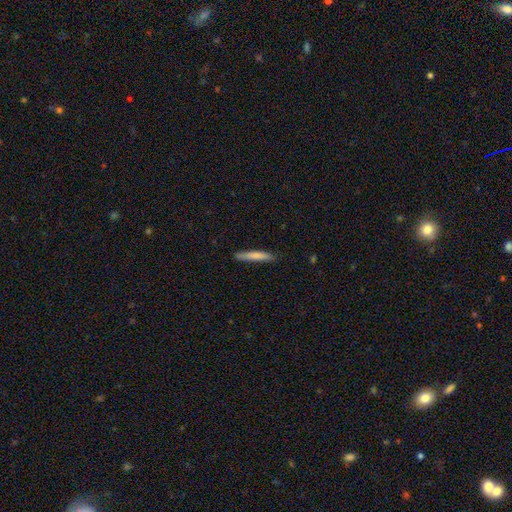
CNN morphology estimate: smooth_or_featured: smooth (p=0.77) [alt: featured or disk p=0.17]
how_rounded: cigar-shaped (p=0.94) [alt: in between p=0.05]
merging: none (p=0.86) [alt: minor disturbance p=0.11]